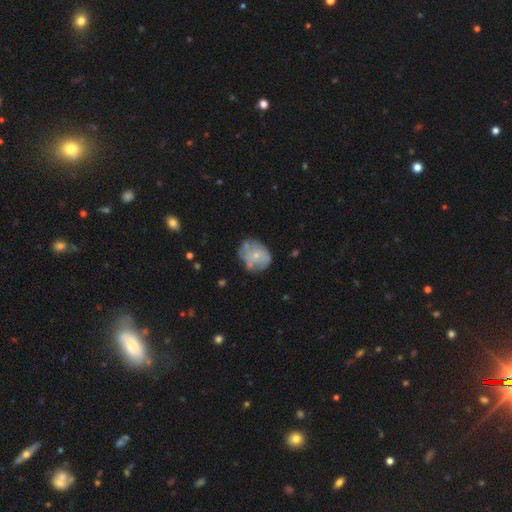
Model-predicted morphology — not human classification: smooth-or-featured: smooth: 54% | featured or disk: 38% | star or artifact: 8%
  how-rounded: round: 66% | in between: 33% | cigar-shaped: 1%
  merging: none: 53% | minor disturbance: 28% | major disturbance: 12% | merger: 7%